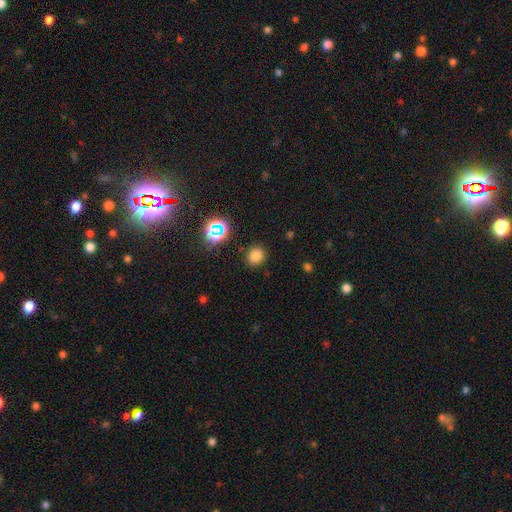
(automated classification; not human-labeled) Smooth or featured: smooth — 77% (star or artifact — 18%)
How rounded: round — 77% (in between — 22%)
Merging: none — 88% (minor disturbance — 8%)